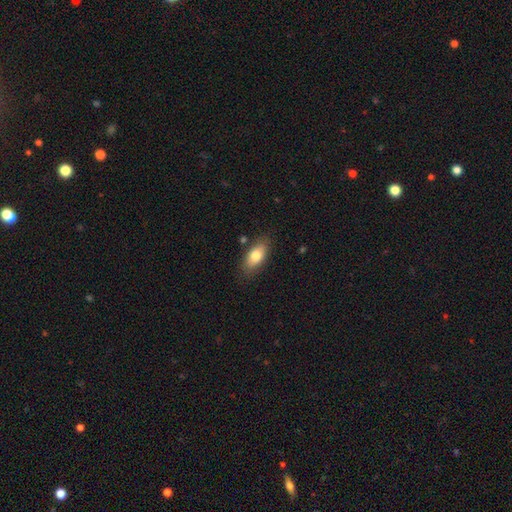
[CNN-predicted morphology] This appears to be a smooth galaxy with no disk features (77%) that is in between round and cigar-shaped (87%). Merging: none (81%).